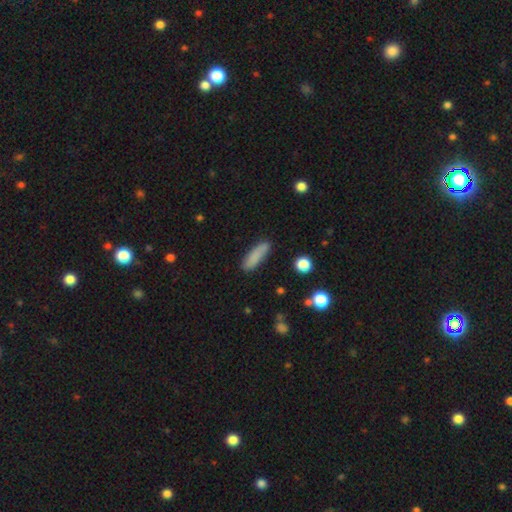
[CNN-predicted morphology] type=smooth (84%); roundness=cigar-shaped (65%); merging=none (83%).